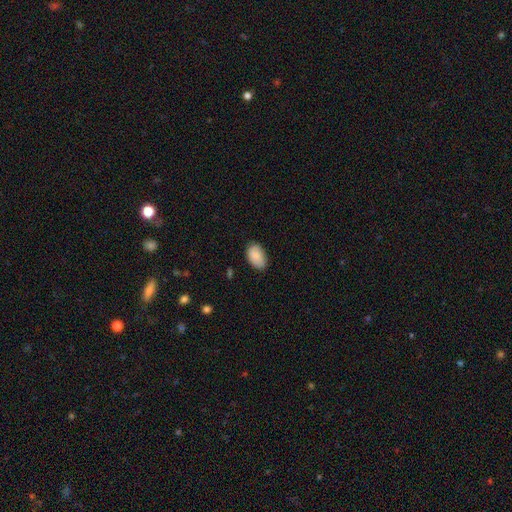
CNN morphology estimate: Overall: smooth (87%). How rounded: in between (91%). Merging: none (77%).